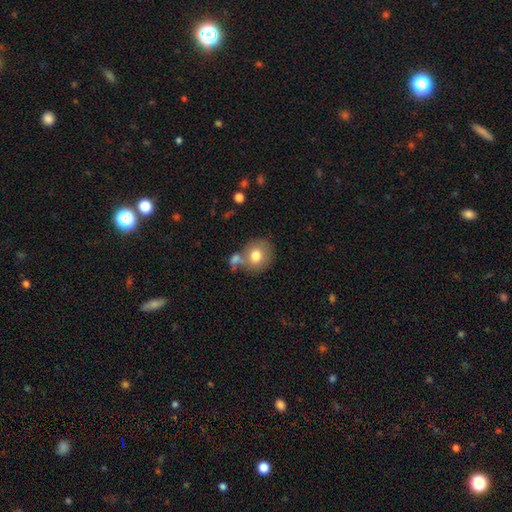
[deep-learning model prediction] A smooth galaxy with no disk features (76%) that is round (77%).

Vote fractions:
- Smooth or featured? smooth: 76% / featured or disk: 16% / star or artifact: 8%
- How rounded? round: 77% / in between: 22% / cigar-shaped: 1%
- Merging? none: 53% / merger: 27% / minor disturbance: 14% / major disturbance: 6%